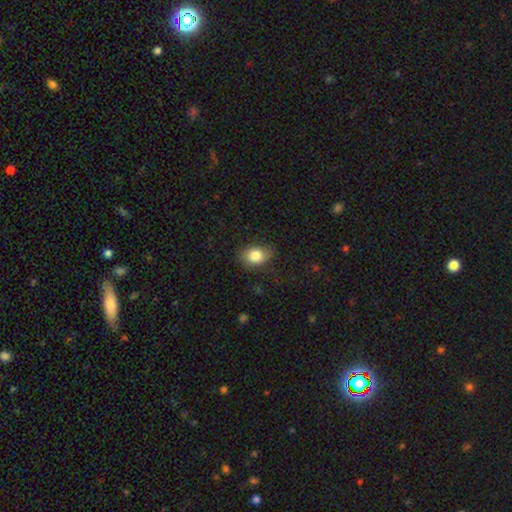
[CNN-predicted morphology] This appears to be a smooth galaxy with no disk features (82%) that is in between round and cigar-shaped (69%). Merging: none (73%).